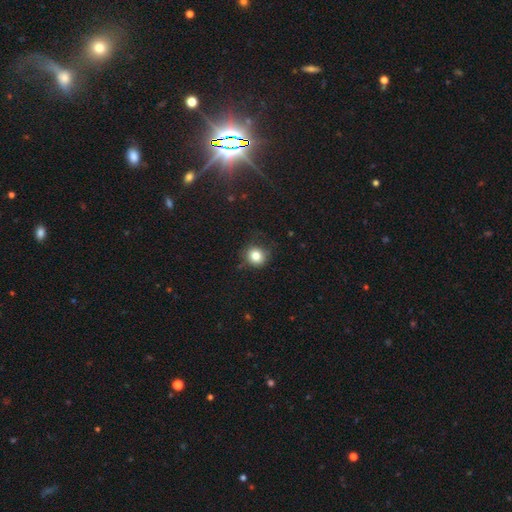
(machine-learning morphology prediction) The model was most divided on "merging": none: 78%, minor disturbance: 16%, major disturbance: 5%, merger: 2%. More confident: how rounded — round (83%); smooth or featured — smooth (82%).